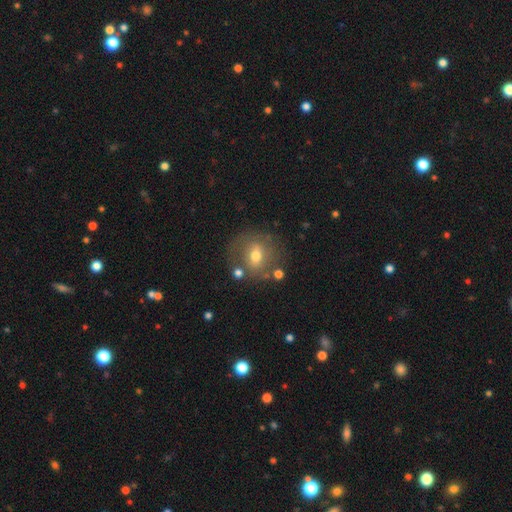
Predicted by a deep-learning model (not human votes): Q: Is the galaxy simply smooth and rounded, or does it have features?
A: smooth — 49%.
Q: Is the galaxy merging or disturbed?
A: none — 73%.